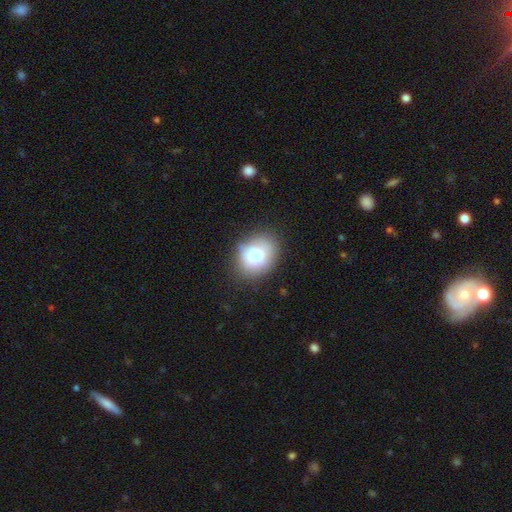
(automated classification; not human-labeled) Smooth or featured? smooth (73%)
How rounded? round (54%)
Merging? none (74%)